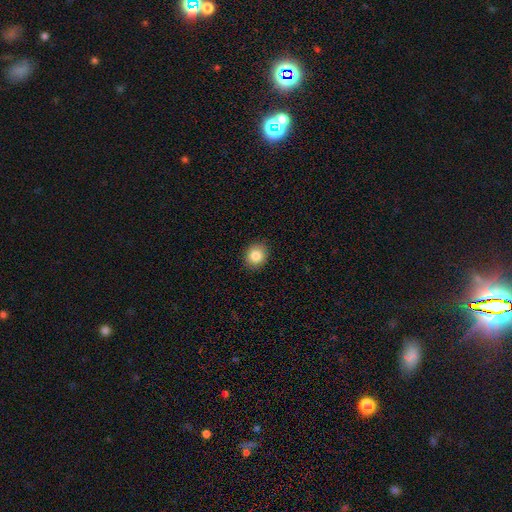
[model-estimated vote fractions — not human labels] This is clearly a smooth galaxy (85%). How rounded: likely round (75%). Merging: clearly none (89%).